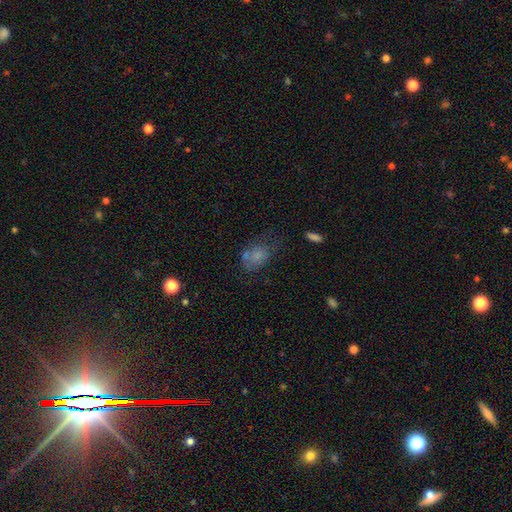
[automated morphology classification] A smooth galaxy with no disk features (69%) that is in between round and cigar-shaped (78%). Merging: none (45%).